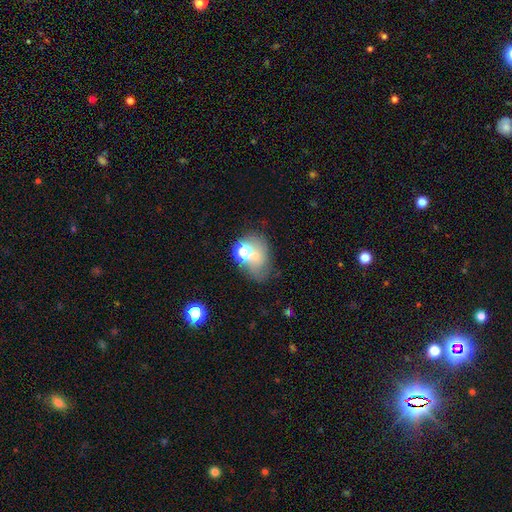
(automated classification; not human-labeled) Q: Smooth or featured?
A: smooth (56%); runner-up: featured or disk (28%)
Q: How rounded?
A: in between (64%); runner-up: round (35%)
Q: Merging?
A: none (29%); runner-up: major disturbance (28%)